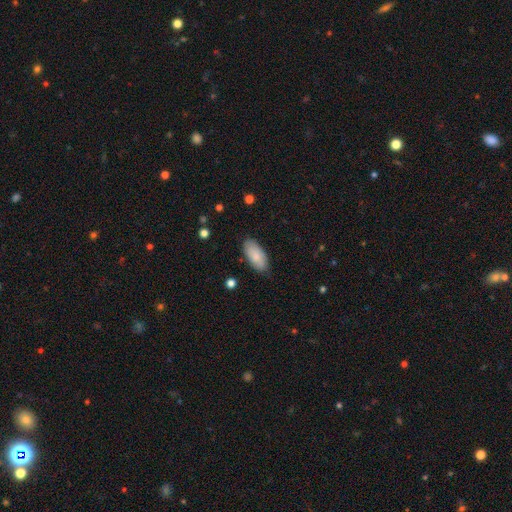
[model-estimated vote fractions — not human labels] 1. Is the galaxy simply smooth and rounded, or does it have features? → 83% smooth, 11% featured or disk, 6% star or artifact.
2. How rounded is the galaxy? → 91% in between, 8% cigar-shaped, 2% round.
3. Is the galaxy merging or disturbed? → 83% none, 13% minor disturbance, 3% major disturbance, 1% merger.